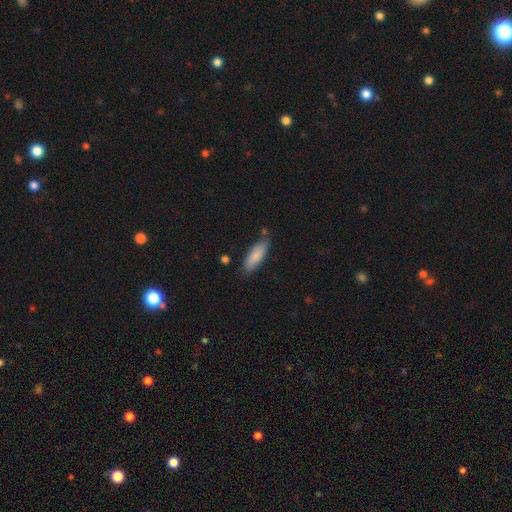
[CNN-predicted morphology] smooth 86%, featured or disk 8%, star or artifact 6%. Down the decision tree: how rounded — in between (54%); merging — none (77%).